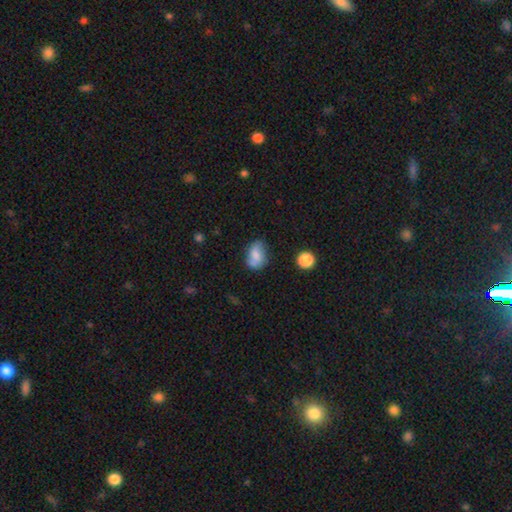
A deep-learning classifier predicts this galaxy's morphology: smooth-or-featured: smooth: 69% | featured or disk: 21% | star or artifact: 10%
  how-rounded: in between: 81% | round: 17% | cigar-shaped: 2%
  merging: none: 54% | minor disturbance: 29% | major disturbance: 9% | merger: 7%